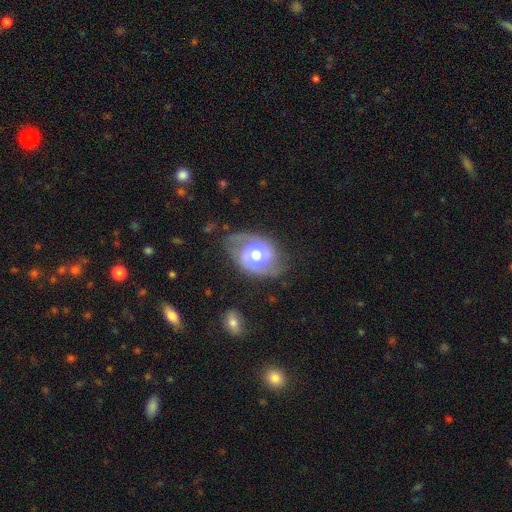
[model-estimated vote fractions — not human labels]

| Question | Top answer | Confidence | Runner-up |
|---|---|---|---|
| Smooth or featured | featured or disk | 49% | smooth (37%) |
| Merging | none | 65% | minor disturbance (19%) |